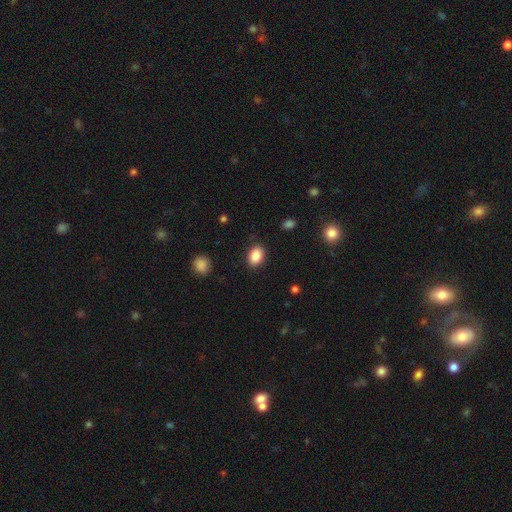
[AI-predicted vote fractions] Smooth or featured?
  - smooth: 87% *
  - star or artifact: 8%
  - featured or disk: 5%
How rounded?
  - in between: 80% *
  - round: 19%
  - cigar-shaped: 1%
Merging?
  - none: 87% *
  - minor disturbance: 9%
  - major disturbance: 2%
  - merger: 1%